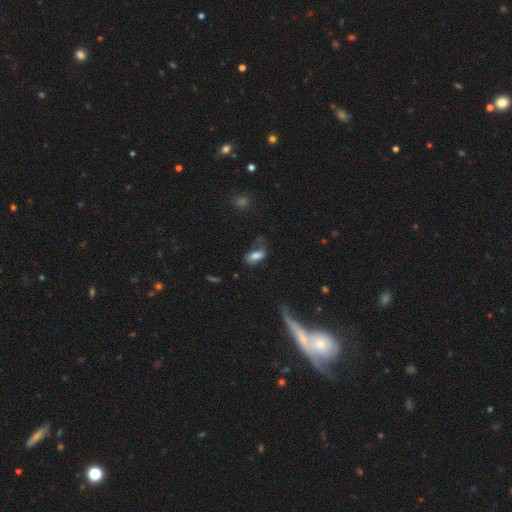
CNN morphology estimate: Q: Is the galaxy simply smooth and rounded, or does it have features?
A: smooth — 75%.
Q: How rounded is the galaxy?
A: in between — 90%.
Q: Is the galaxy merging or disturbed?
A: none — 41%.